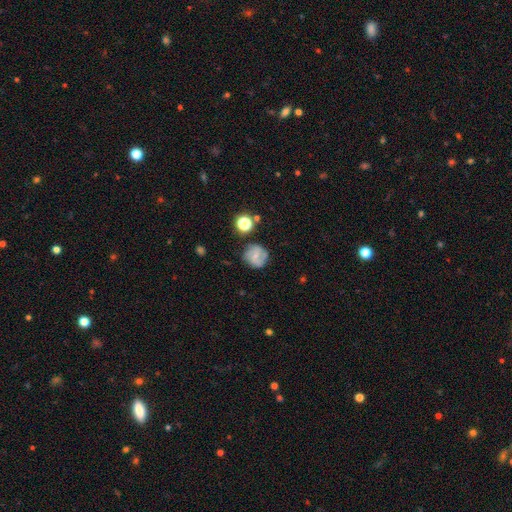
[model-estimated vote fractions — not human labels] smooth 48%, featured or disk 41%, star or artifact 11%. Down the decision tree: merging — none (69%).